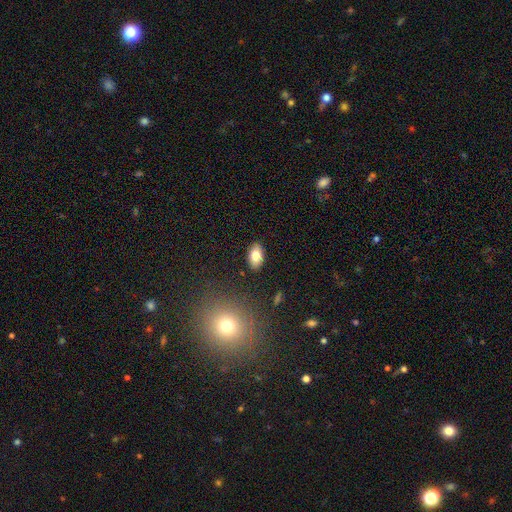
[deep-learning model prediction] smooth-or-featured: smooth: 79% | featured or disk: 13% | star or artifact: 8%
  how-rounded: in between: 91% | round: 7% | cigar-shaped: 2%
  merging: none: 88% | minor disturbance: 9% | major disturbance: 2% | merger: 1%